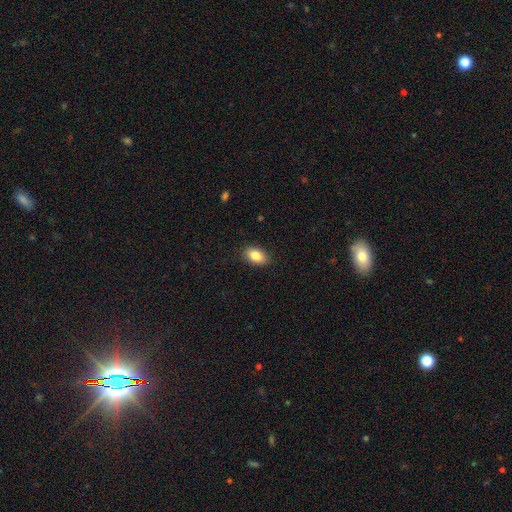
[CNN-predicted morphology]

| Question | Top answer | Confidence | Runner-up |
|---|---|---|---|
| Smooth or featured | smooth | 85% | featured or disk (8%) |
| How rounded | in between | 90% | round (8%) |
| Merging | none | 89% | minor disturbance (8%) |